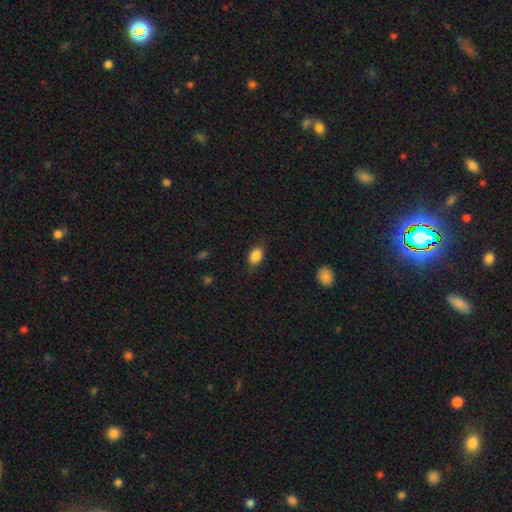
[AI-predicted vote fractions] This appears to be a smooth galaxy with no disk features (87%) that is in between round and cigar-shaped (79%). Merging: none (79%).